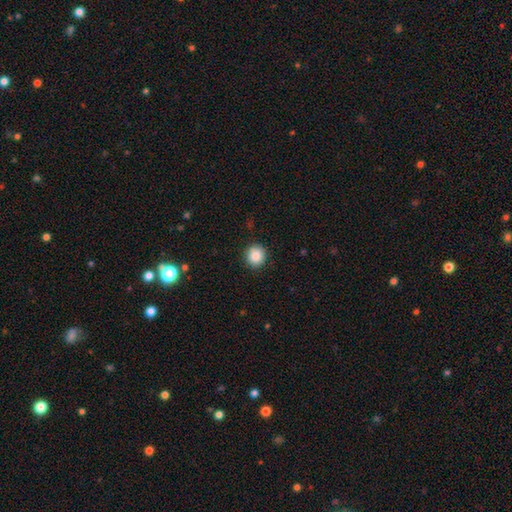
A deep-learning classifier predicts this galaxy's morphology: Smooth or featured: smooth — 87% (star or artifact — 9%)
How rounded: round — 88% (in between — 11%)
Merging: none — 90% (minor disturbance — 7%)